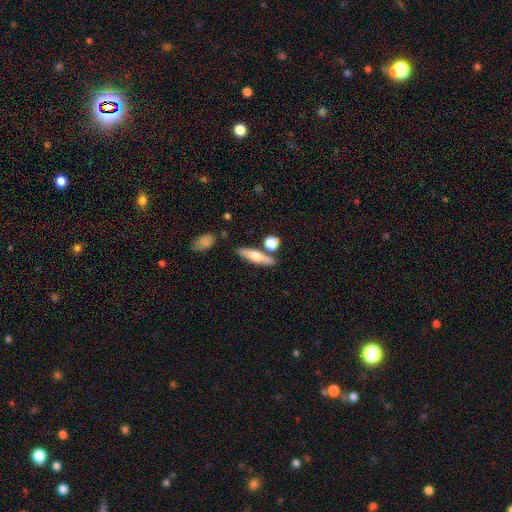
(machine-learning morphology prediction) The model was most divided on "smooth or featured": featured or disk: 49%, smooth: 44%, star or artifact: 7%. More confident: merging — none (76%).